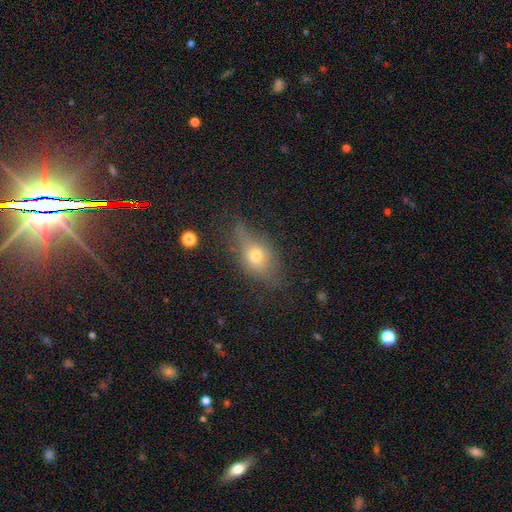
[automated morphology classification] A smooth galaxy with no disk features (51%) that is in between round and cigar-shaped (65%).

Vote fractions:
- Smooth or featured? smooth: 51% / featured or disk: 36% / star or artifact: 14%
- How rounded? in between: 65% / round: 22% / cigar-shaped: 13%
- Merging? none: 59% / minor disturbance: 25% / major disturbance: 13% / merger: 3%